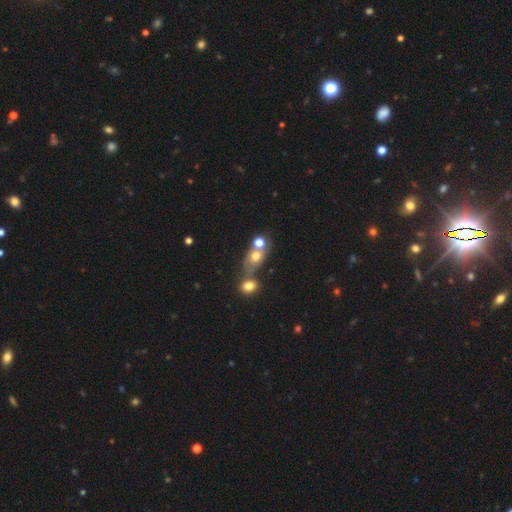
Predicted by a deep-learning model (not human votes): Smooth or featured?
  - smooth: 63% *
  - featured or disk: 22%
  - star or artifact: 15%
How rounded?
  - round: 49% *
  - in between: 48%
  - cigar-shaped: 3%
Merging?
  - merger: 48% *
  - none: 35%
  - minor disturbance: 11%
  - major disturbance: 6%